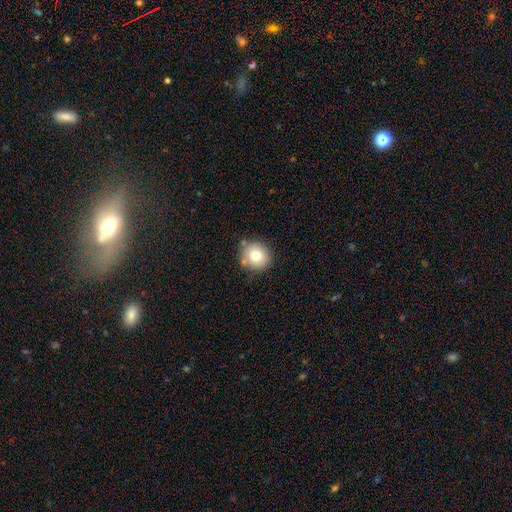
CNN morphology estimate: Smooth or featured? smooth (76%)
How rounded? round (88%)
Merging? none (80%)